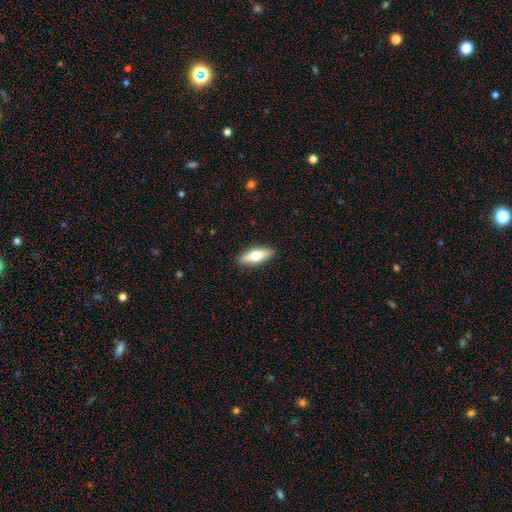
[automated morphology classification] Smooth or featured?
  - smooth: 58% *
  - featured or disk: 36%
  - star or artifact: 6%
How rounded?
  - in between: 58% *
  - cigar-shaped: 40%
  - round: 3%
Merging?
  - none: 89% *
  - minor disturbance: 8%
  - major disturbance: 2%
  - merger: 1%